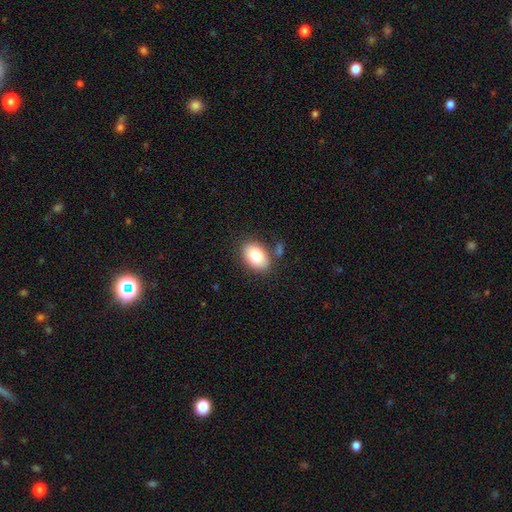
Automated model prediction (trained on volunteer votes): A smooth galaxy with no disk features (86%) that is in between round and cigar-shaped (89%). Merging: none (77%).